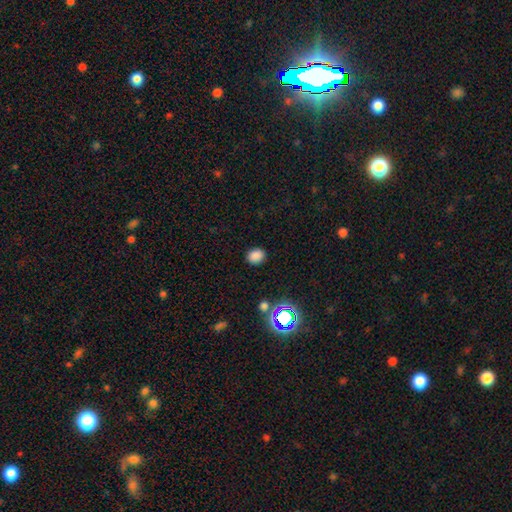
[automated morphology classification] Smooth or featured?
  - smooth: 81% *
  - star or artifact: 15%
  - featured or disk: 4%
How rounded?
  - round: 60% *
  - in between: 39%
  - cigar-shaped: 1%
Merging?
  - none: 87% *
  - minor disturbance: 8%
  - major disturbance: 3%
  - merger: 2%